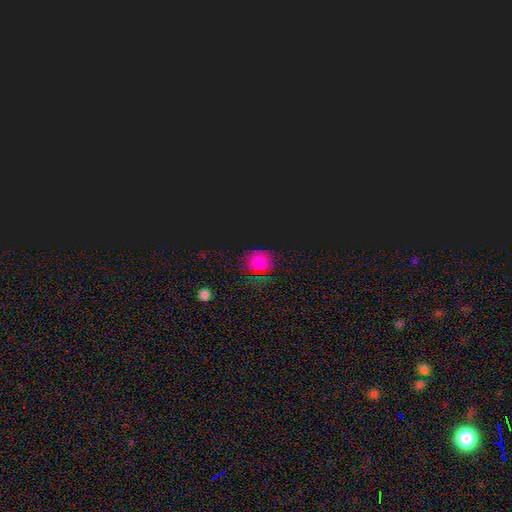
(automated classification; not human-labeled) Overall: smooth (57%; star or artifact 34%). How rounded: round (72%). Merging: none (70%).